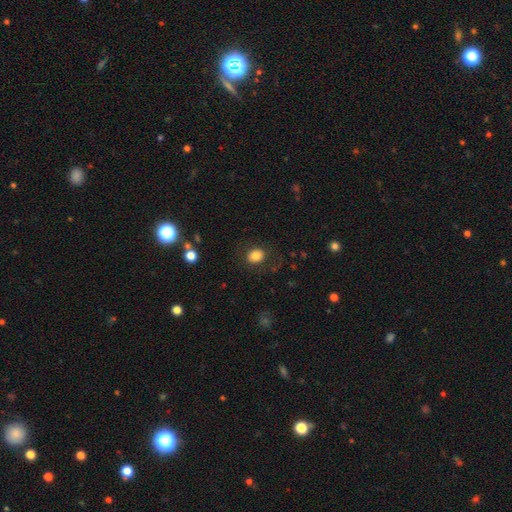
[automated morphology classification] A smooth galaxy with no disk features (81%) that is round (66%).

Vote fractions:
- Smooth or featured? smooth: 81% / star or artifact: 10% / featured or disk: 9%
- How rounded? round: 66% / in between: 33% / cigar-shaped: 1%
- Merging? none: 81% / minor disturbance: 11% / major disturbance: 6% / merger: 1%